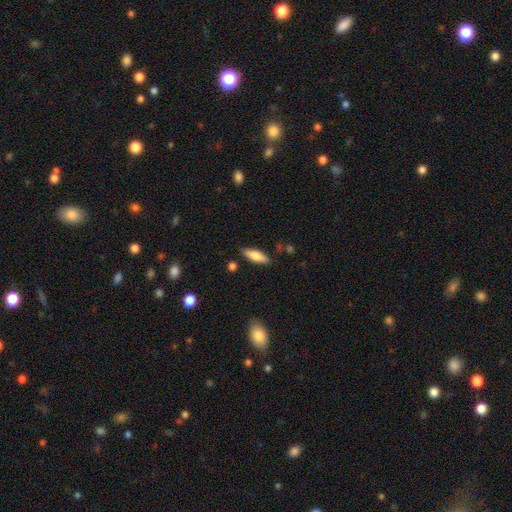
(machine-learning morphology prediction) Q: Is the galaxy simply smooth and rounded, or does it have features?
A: smooth — 76%.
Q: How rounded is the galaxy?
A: in between — 64%.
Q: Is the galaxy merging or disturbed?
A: none — 82%.